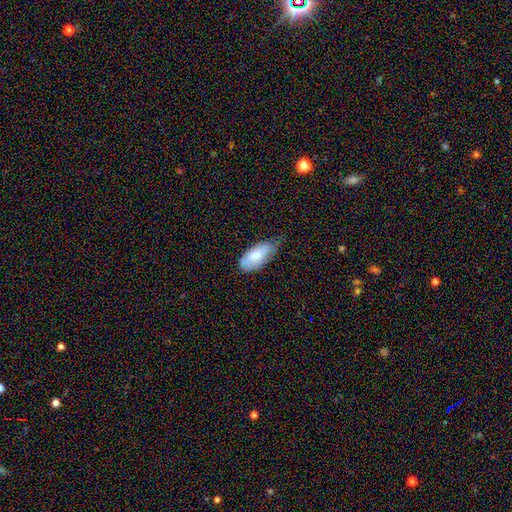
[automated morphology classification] A smooth galaxy with no disk features (76%) that is in between round and cigar-shaped (90%). Merging: none (47%).